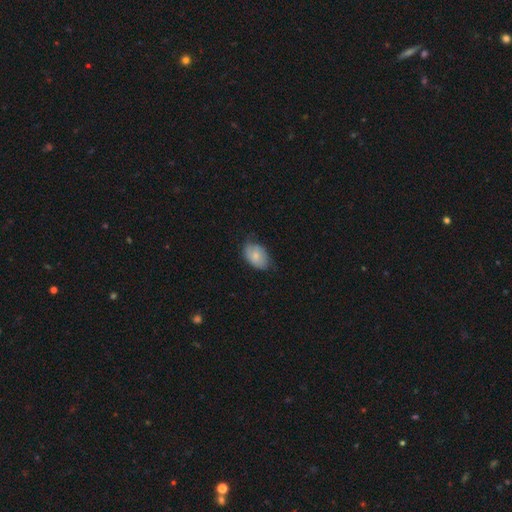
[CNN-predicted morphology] Smooth or featured?
  - smooth: 73% *
  - featured or disk: 21%
  - star or artifact: 6%
How rounded?
  - in between: 85% *
  - round: 14%
  - cigar-shaped: 1%
Merging?
  - none: 60% *
  - minor disturbance: 32%
  - major disturbance: 7%
  - merger: 1%